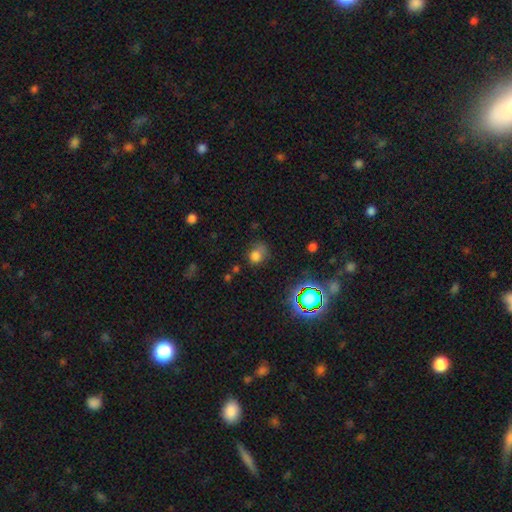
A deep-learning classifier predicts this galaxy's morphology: smooth-or-featured: smooth: 72% | star or artifact: 20% | featured or disk: 8%
  how-rounded: round: 58% | in between: 41% | cigar-shaped: 1%
  merging: none: 54% | minor disturbance: 28% | major disturbance: 14% | merger: 4%